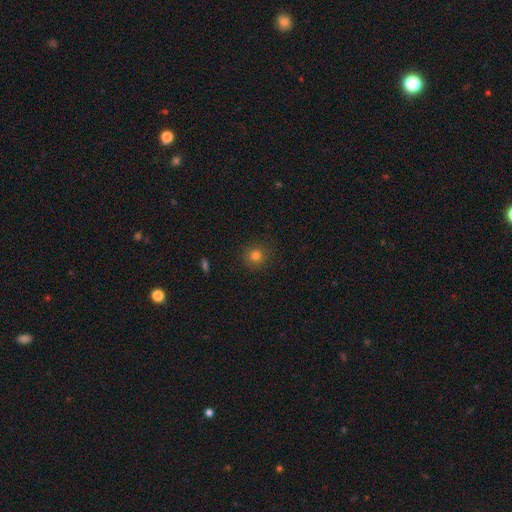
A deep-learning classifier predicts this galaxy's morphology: smooth-or-featured: smooth: 79% | star or artifact: 14% | featured or disk: 7%
  how-rounded: round: 92% | in between: 7% | cigar-shaped: 1%
  merging: none: 89% | minor disturbance: 7% | major disturbance: 2% | merger: 1%